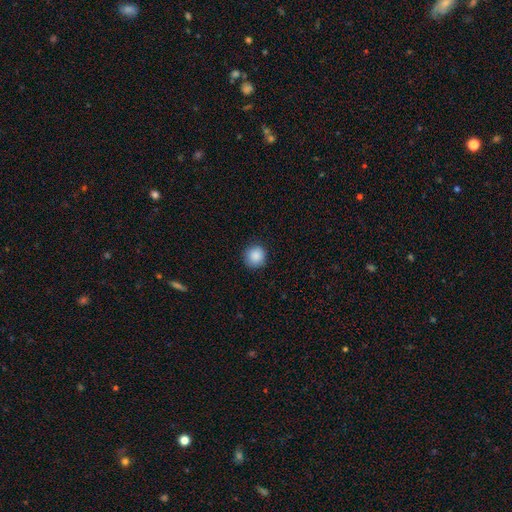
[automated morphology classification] smooth_or_featured: smooth (p=0.89) [alt: star or artifact p=0.08]
how_rounded: round (p=0.92) [alt: in between p=0.07]
merging: none (p=0.88) [alt: minor disturbance p=0.09]